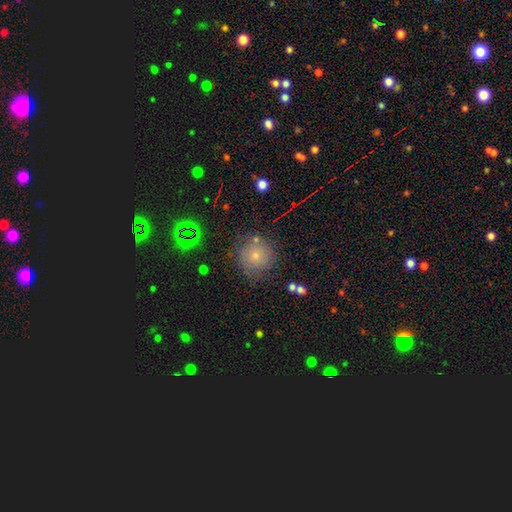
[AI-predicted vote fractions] A smooth galaxy with no disk features (68%) that is round (93%). Merging: none (72%).